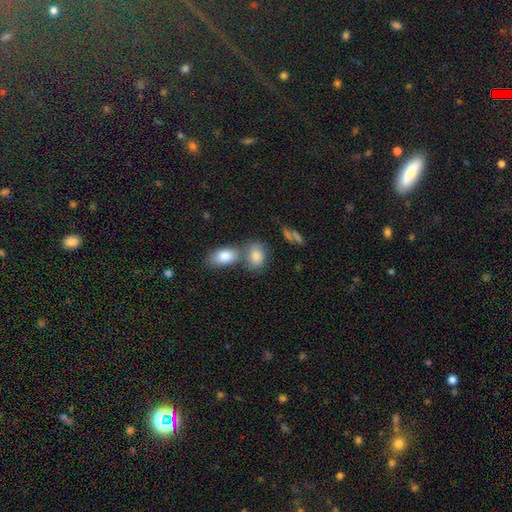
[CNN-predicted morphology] Smooth or featured? smooth (80%)
How rounded? in between (81%)
Merging? none (42%)